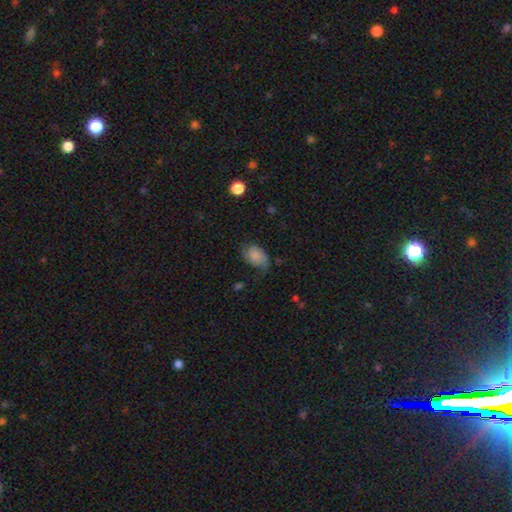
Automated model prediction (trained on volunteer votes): Smooth or featured? Predicted: smooth (p=0.63). How rounded? Predicted: in between (p=0.81). Merging? Predicted: none (p=0.47).